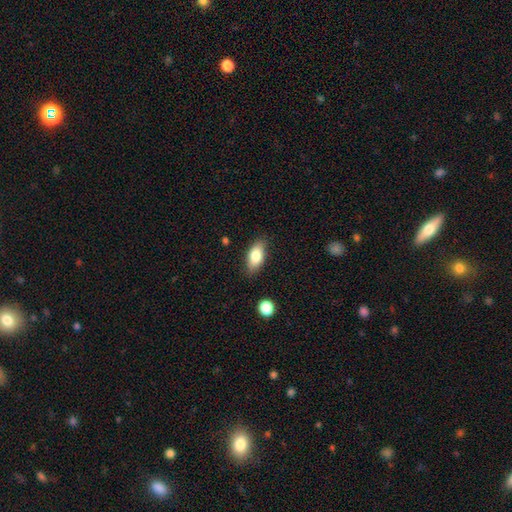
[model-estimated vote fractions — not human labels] Smooth or featured? smooth (81%)
How rounded? in between (88%)
Merging? none (83%)